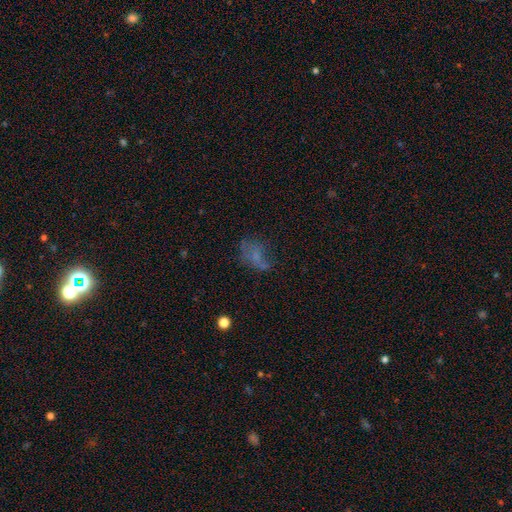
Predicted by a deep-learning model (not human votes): A smooth galaxy with no disk features (46%). Merging: none (38%).